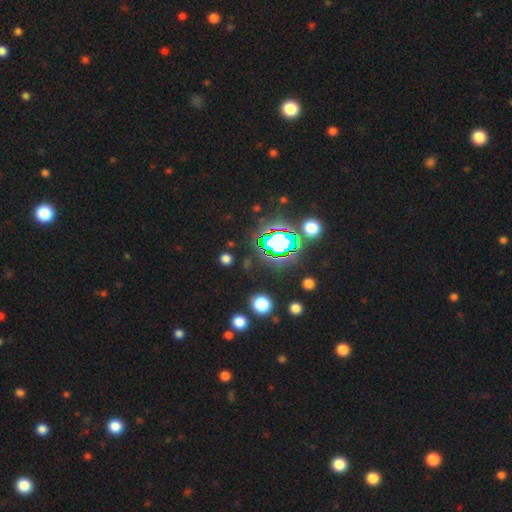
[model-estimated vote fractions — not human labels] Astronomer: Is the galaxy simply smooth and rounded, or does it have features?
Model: star or artifact — 83%.